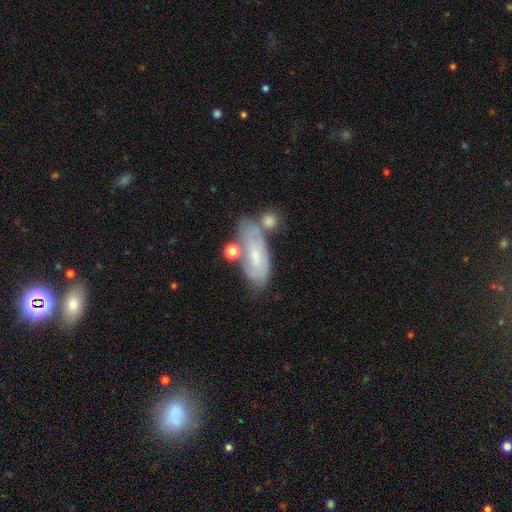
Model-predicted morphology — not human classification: Overall: featured or disk (46%, tied with smooth). Merging: none (44%; merger 24%).